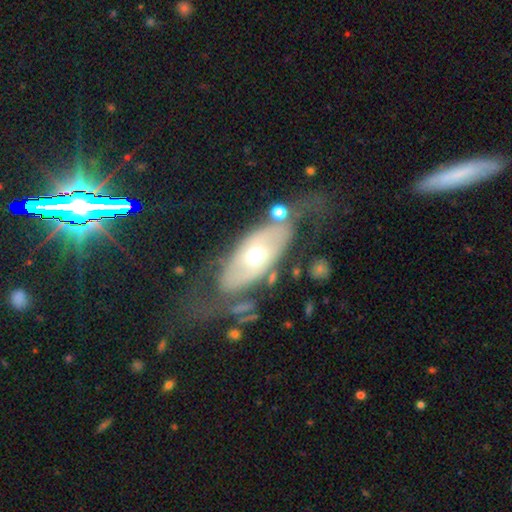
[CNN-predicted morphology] A featured or disk galaxy (59%). Merging: none (57%).